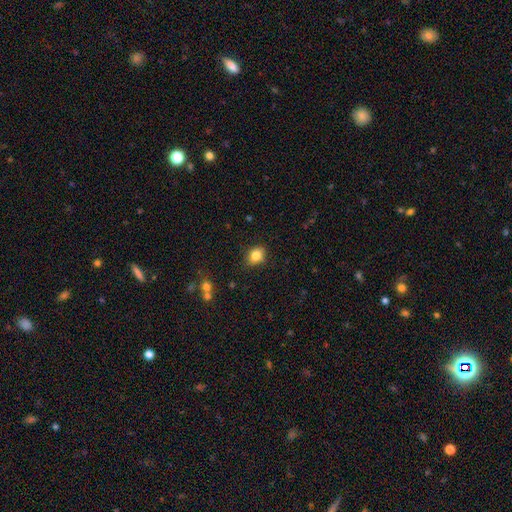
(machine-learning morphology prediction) Smooth or featured? smooth (83%)
How rounded? in between (50%)
Merging? none (84%)